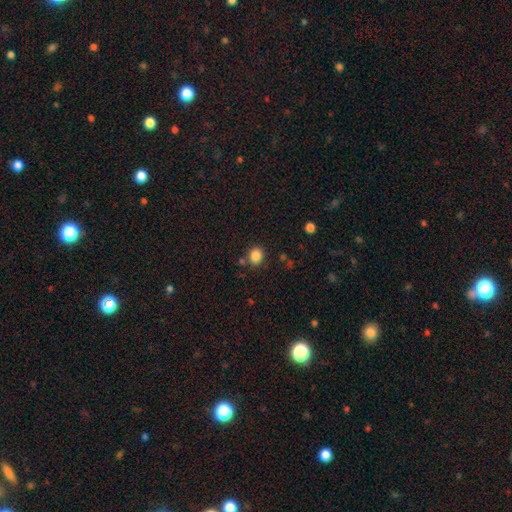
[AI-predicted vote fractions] This is clearly a smooth galaxy (85%). How rounded: likely round (79%). Merging: clearly none (81%).